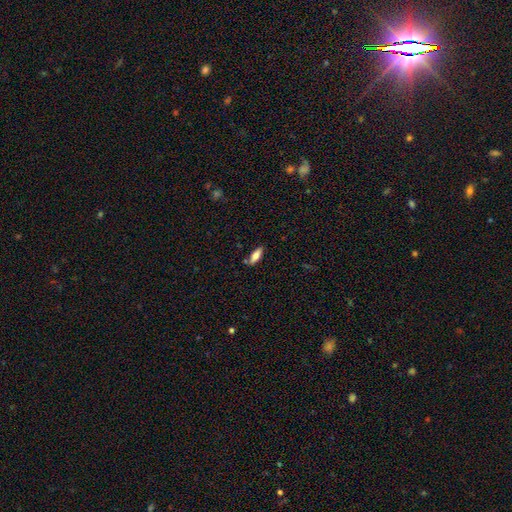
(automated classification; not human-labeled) The model was most divided on "how rounded": in between: 63%, cigar-shaped: 35%, round: 2%. More confident: merging — none (81%); smooth or featured — smooth (70%).